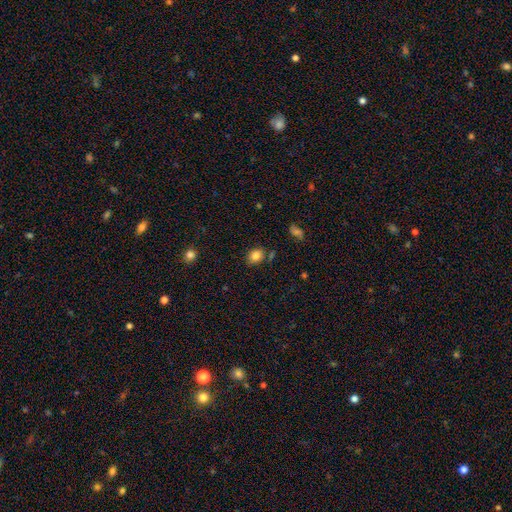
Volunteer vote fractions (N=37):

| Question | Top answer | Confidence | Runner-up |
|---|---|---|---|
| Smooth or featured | smooth | 92% | star or artifact (5%) |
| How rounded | in between | 56% | round (44%) |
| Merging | none | 80% | minor disturbance (11%) |